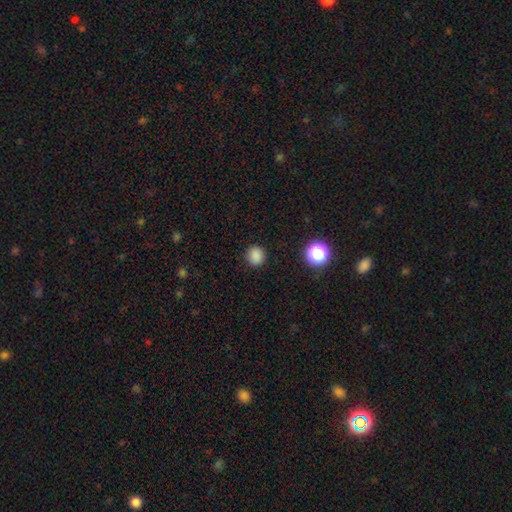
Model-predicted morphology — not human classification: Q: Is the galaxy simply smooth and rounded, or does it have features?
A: smooth — 85%.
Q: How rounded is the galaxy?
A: round — 91%.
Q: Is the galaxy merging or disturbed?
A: none — 91%.